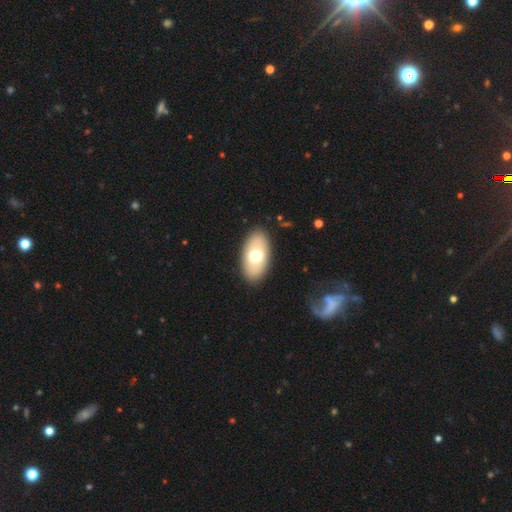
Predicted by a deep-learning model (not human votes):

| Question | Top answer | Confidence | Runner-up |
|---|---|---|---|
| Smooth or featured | smooth | 65% | featured or disk (28%) |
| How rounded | in between | 93% | round (4%) |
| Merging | none | 88% | minor disturbance (8%) |